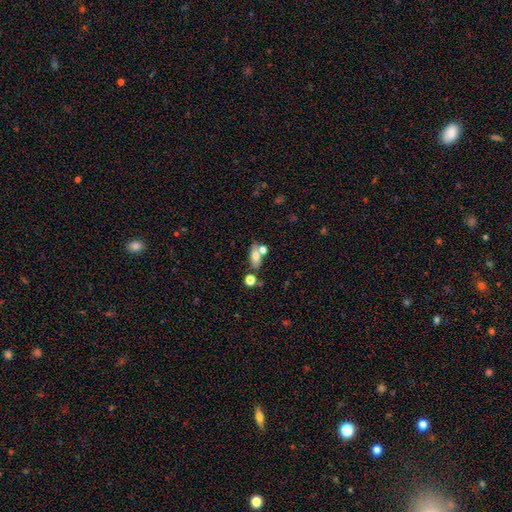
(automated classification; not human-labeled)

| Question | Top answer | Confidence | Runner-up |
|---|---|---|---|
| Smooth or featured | smooth | 66% | featured or disk (23%) |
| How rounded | in between | 75% | cigar-shaped (15%) |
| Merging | none | 56% | merger (27%) |